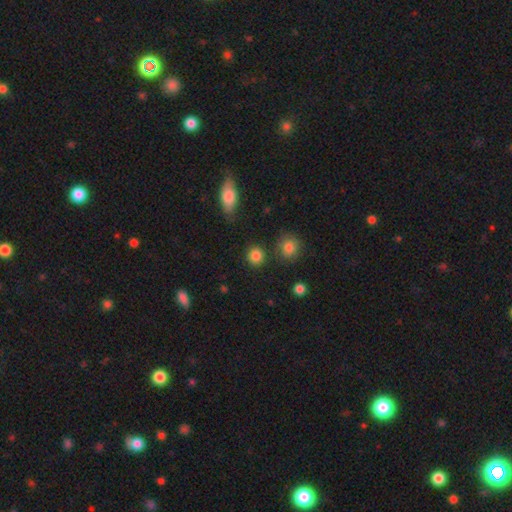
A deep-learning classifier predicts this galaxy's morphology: Smooth or featured: smooth — 86% (star or artifact — 10%)
How rounded: round — 88% (in between — 11%)
Merging: none — 85% (minor disturbance — 8%)